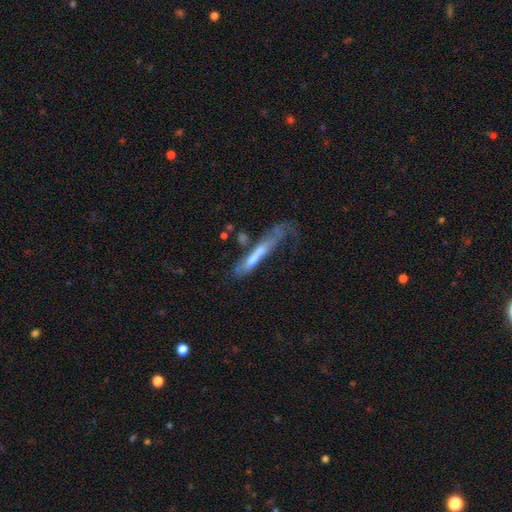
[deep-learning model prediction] Smooth or featured?
  - featured or disk: 49% *
  - smooth: 43%
  - star or artifact: 8%
Merging?
  - major disturbance: 32% *
  - none: 29%
  - minor disturbance: 21%
  - merger: 17%